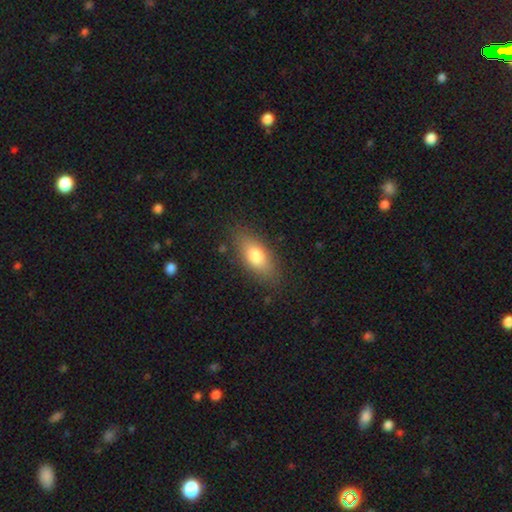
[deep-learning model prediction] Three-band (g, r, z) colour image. It shows a smooth galaxy with no disk features (76%) that is in between round and cigar-shaped (82%). Merging: none (82%).